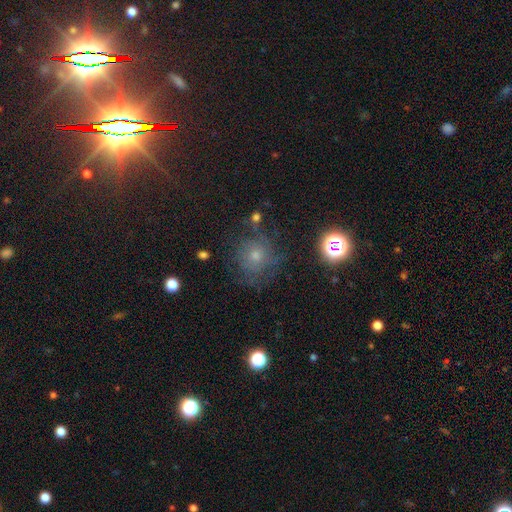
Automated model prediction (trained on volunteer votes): This appears to be a smooth galaxy with no disk features (44%). Merging: none (68%).